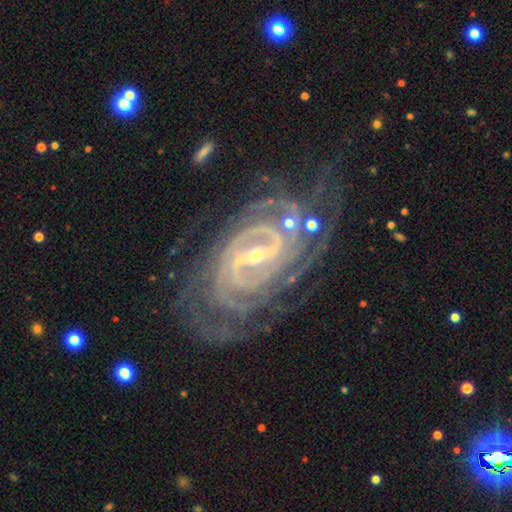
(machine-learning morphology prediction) A featured or disk galaxy (93%) with a strong bar (54%), 4 (23%) tight (78%) spiral arms (99%) and a small central bulge (69%). Merging: none (70%).